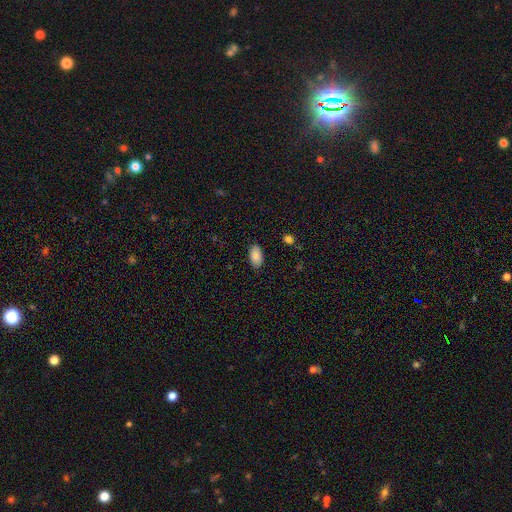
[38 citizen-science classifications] This is clearly a smooth galaxy (97%). How rounded: clearly in between (97%). Merging: clearly none (89%).